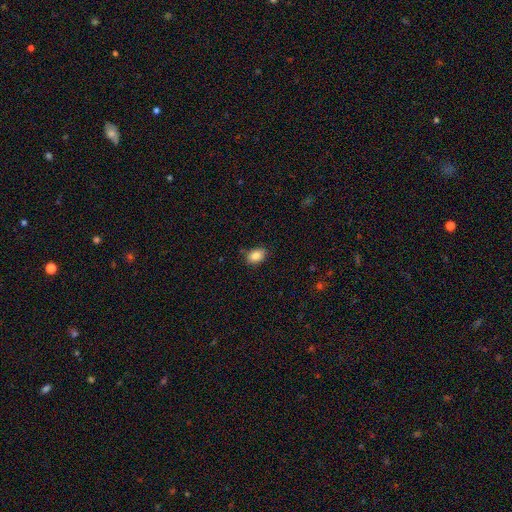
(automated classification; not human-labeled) Smooth or featured? Predicted: smooth (p=0.85). How rounded? Predicted: in between (p=0.81). Merging? Predicted: none (p=0.80).